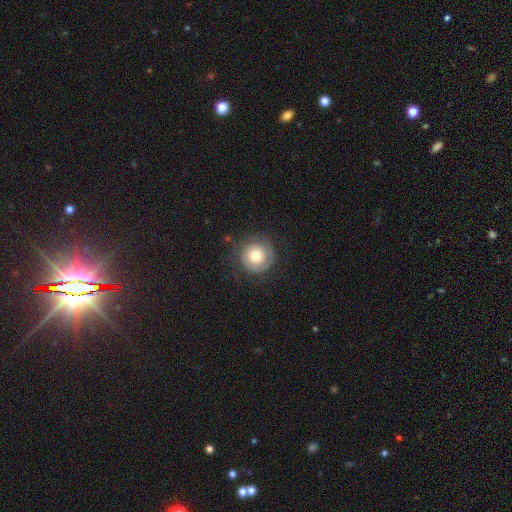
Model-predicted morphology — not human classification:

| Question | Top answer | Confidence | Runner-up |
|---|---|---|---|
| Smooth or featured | smooth | 55% | featured or disk (36%) |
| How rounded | round | 95% | in between (4%) |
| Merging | none | 75% | minor disturbance (15%) |